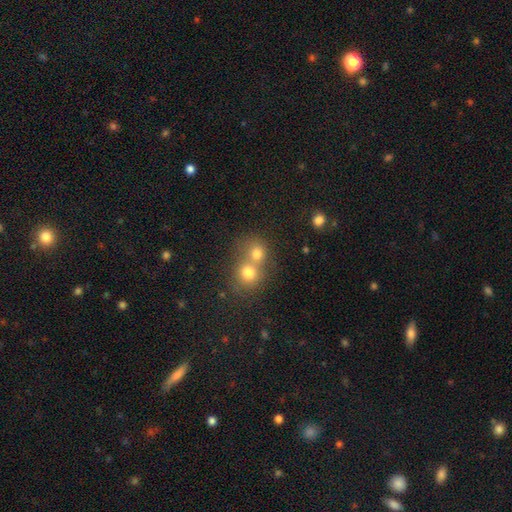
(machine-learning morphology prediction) This appears to be a smooth galaxy with no disk features (70%) that is round (80%). Merging: merger (61%).